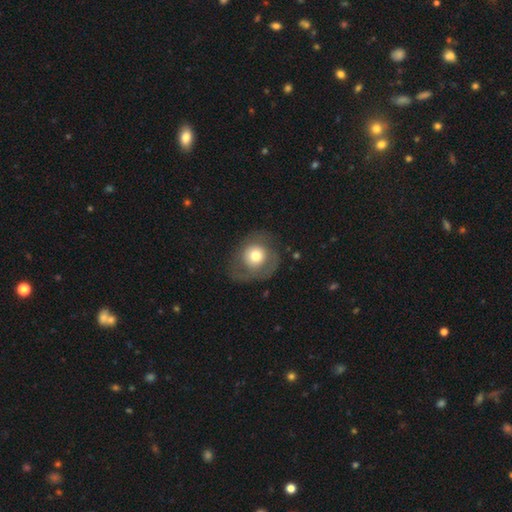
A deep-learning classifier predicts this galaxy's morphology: A smooth galaxy with no disk features (55%) that is round (73%).

Vote fractions:
- Smooth or featured? smooth: 55% / featured or disk: 37% / star or artifact: 8%
- How rounded? round: 73% / in between: 26% / cigar-shaped: 1%
- Merging? none: 62% / minor disturbance: 20% / major disturbance: 17% / merger: 2%